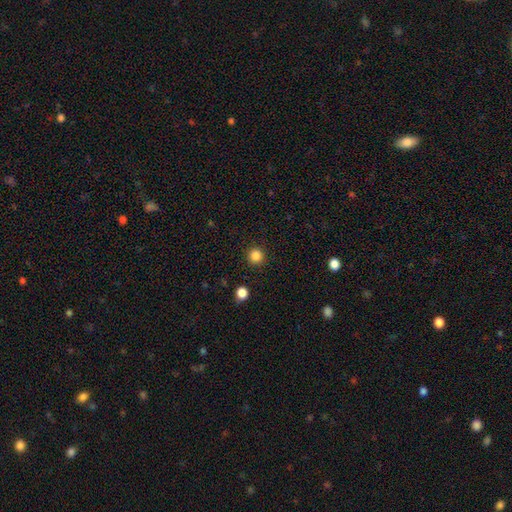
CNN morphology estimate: A smooth galaxy with no disk features (85%) that is round (95%).

Vote fractions:
- Smooth or featured? smooth: 85% / star or artifact: 12% / featured or disk: 3%
- How rounded? round: 95% / in between: 4% / cigar-shaped: 1%
- Merging? none: 92% / minor disturbance: 5% / major disturbance: 2% / merger: 1%